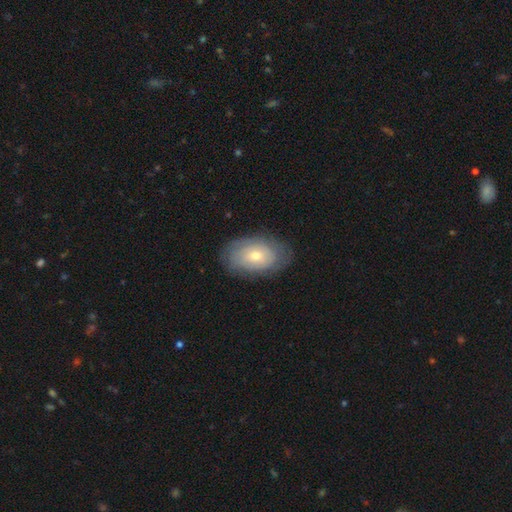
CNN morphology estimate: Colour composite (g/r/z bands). It shows a featured or disk galaxy (49%). Merging: none (80%).